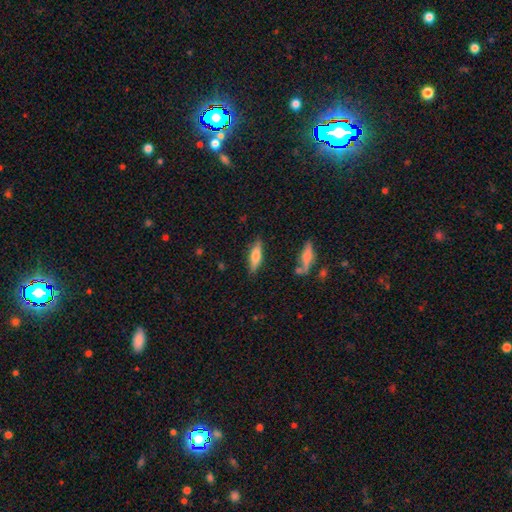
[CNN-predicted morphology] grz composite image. It shows a smooth galaxy with no disk features (62%) that is cigar-shaped (59%). Merging: none (82%).